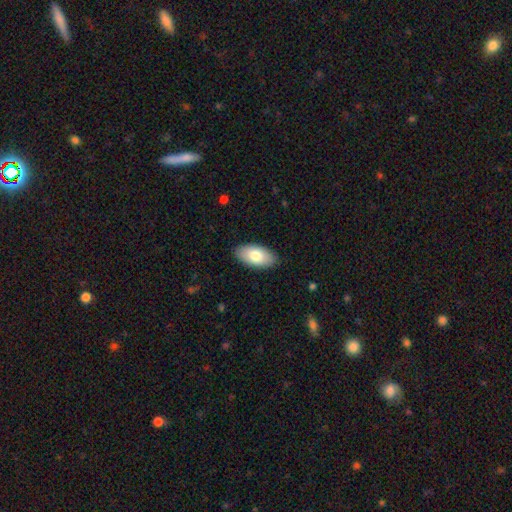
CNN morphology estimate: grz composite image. It shows a smooth galaxy with no disk features (78%) that is in between round and cigar-shaped (95%). Merging: none (88%).